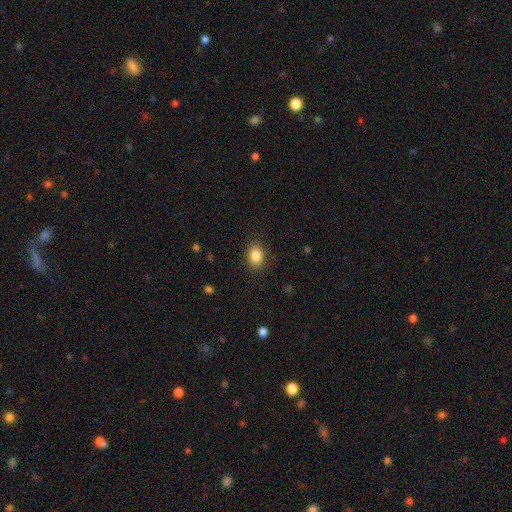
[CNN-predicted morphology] The model was most divided on "how rounded": in between: 65%, round: 34%, cigar-shaped: 1%. More confident: merging — none (87%); smooth or featured — smooth (85%).